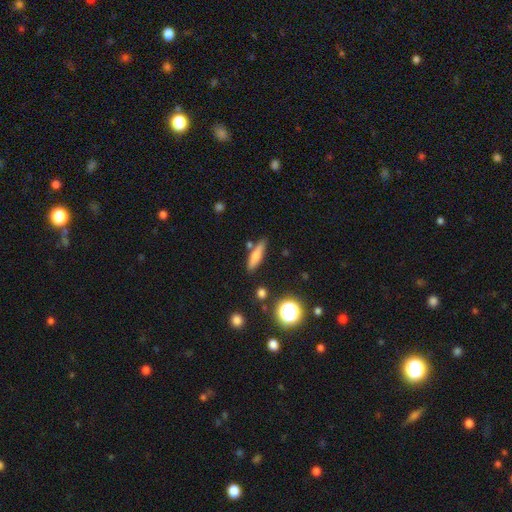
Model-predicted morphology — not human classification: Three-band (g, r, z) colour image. It shows a smooth galaxy with no disk features (70%) that is cigar-shaped (68%). Merging: none (77%).